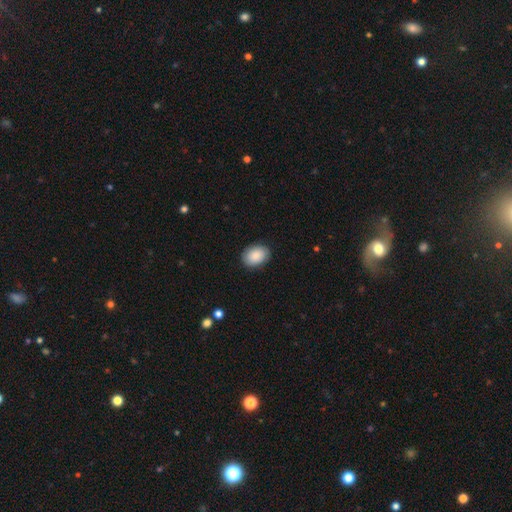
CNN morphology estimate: Smooth or featured: smooth — 87% (featured or disk — 6%)
How rounded: in between — 76% (round — 23%)
Merging: none — 87% (minor disturbance — 10%)